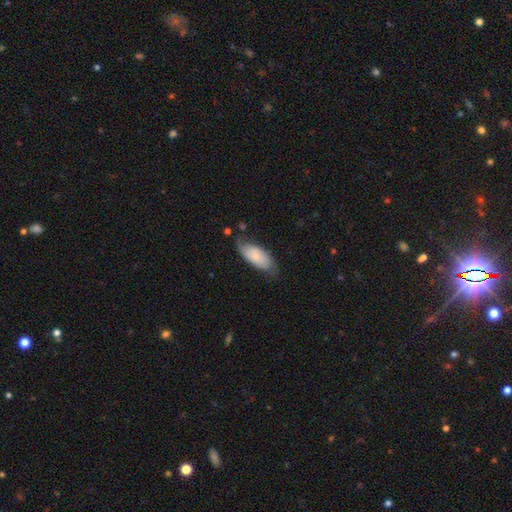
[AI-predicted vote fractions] A smooth galaxy with no disk features (68%) that is in between round and cigar-shaped (86%). Merging: none (54%).